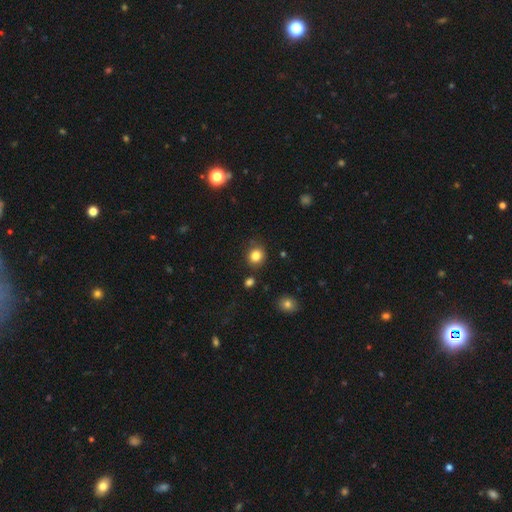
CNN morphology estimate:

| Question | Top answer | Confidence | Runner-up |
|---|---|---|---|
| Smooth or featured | smooth | 84% | star or artifact (11%) |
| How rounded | round | 76% | in between (23%) |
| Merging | none | 82% | minor disturbance (12%) |